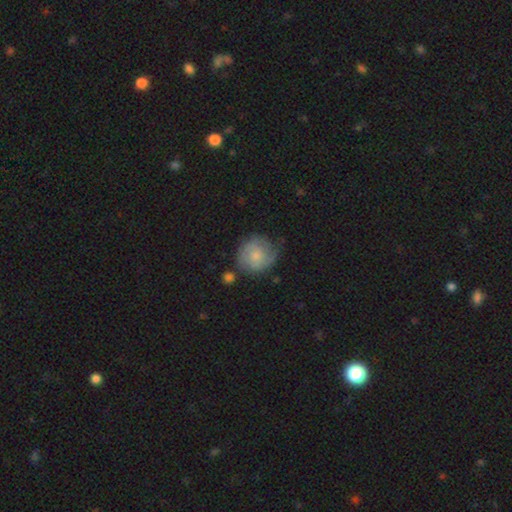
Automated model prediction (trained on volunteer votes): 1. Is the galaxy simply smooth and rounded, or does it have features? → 49% smooth, 44% featured or disk, 7% star or artifact.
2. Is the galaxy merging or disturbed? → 62% none, 25% minor disturbance, 9% major disturbance, 5% merger.